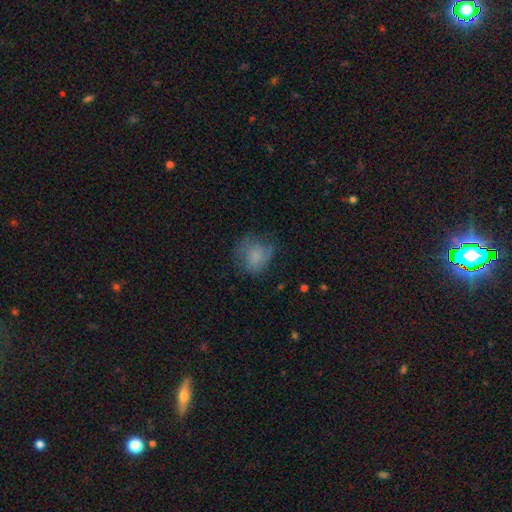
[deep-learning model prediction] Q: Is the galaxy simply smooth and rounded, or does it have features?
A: smooth — 69%.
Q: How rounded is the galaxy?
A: round — 67%.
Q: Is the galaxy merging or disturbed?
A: none — 53%.